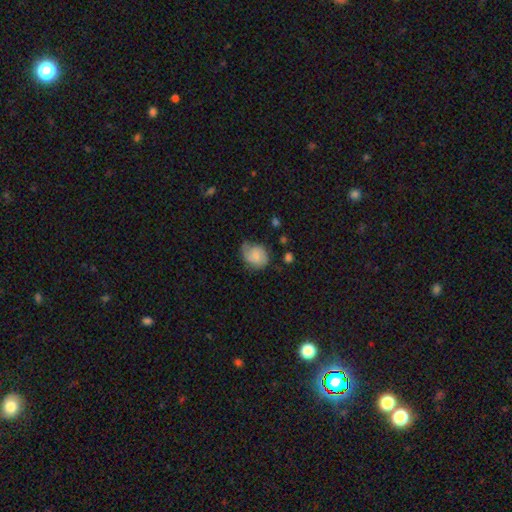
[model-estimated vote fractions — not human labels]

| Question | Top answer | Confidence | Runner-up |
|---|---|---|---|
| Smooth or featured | smooth | 64% | featured or disk (28%) |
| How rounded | in between | 50% | round (49%) |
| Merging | none | 50% | minor disturbance (34%) |